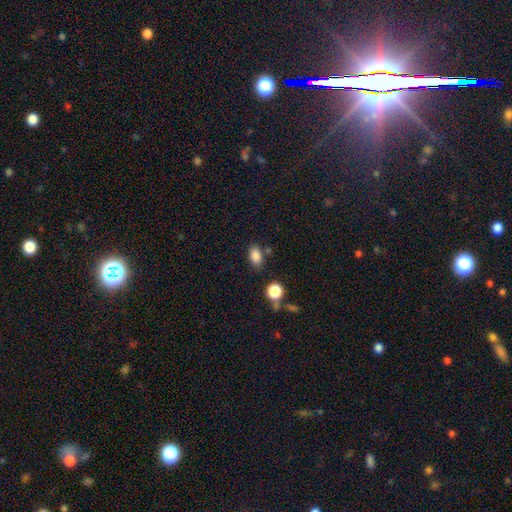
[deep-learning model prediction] Smooth or featured? smooth (85%)
How rounded? in between (84%)
Merging? none (77%)